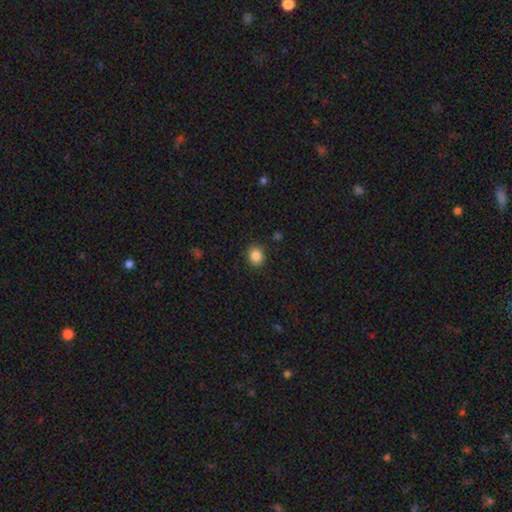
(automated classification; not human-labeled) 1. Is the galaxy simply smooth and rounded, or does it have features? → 86% smooth, 10% star or artifact, 4% featured or disk.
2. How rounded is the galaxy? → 73% round, 26% in between, 1% cigar-shaped.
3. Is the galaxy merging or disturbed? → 89% none, 8% minor disturbance, 2% major disturbance, 1% merger.